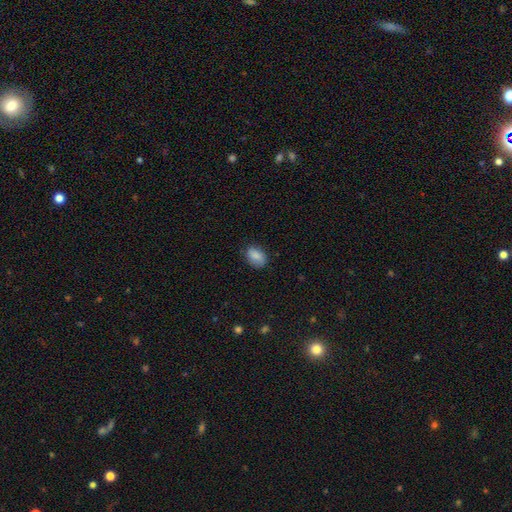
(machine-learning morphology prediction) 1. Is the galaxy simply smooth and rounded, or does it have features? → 86% smooth, 8% star or artifact, 6% featured or disk.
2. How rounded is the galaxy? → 87% in between, 12% round, 2% cigar-shaped.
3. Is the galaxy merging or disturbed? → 78% none, 17% minor disturbance, 3% major disturbance, 1% merger.